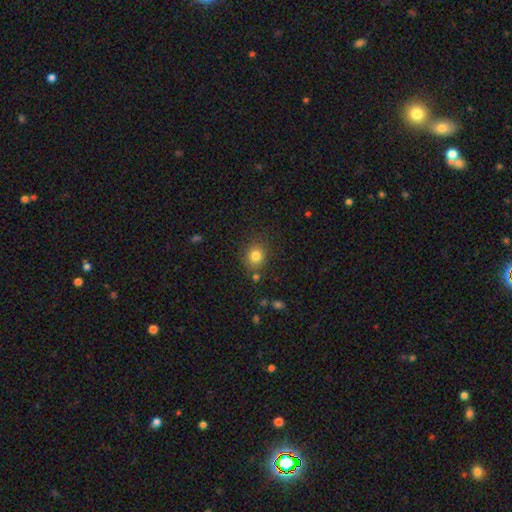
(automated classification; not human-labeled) Smooth or featured? smooth (81%)
How rounded? round (77%)
Merging? none (80%)